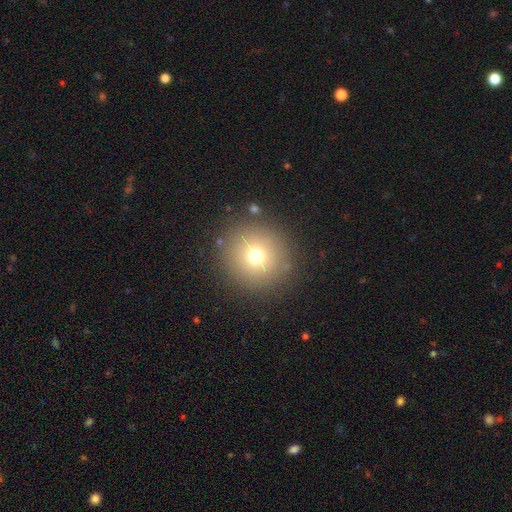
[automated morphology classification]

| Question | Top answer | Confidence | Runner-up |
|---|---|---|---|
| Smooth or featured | smooth | 72% | star or artifact (17%) |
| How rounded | round | 95% | in between (4%) |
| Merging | none | 88% | minor disturbance (6%) |